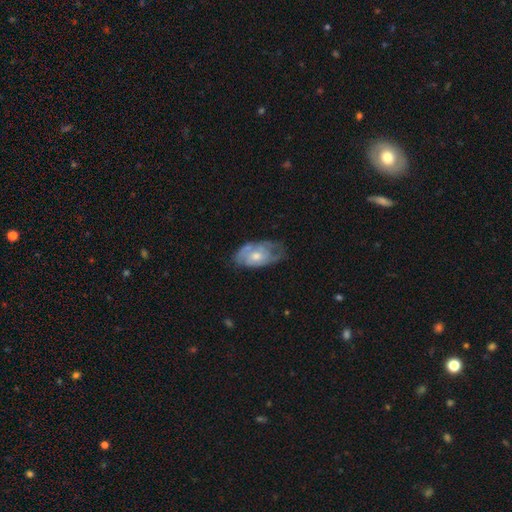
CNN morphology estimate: smooth-or-featured: featured or disk: 61% | smooth: 33% | star or artifact: 6%
  disk-edge-on: no: 94% | yes: 6%
    bar: no: 80% | weak: 18% | strong: 2%
    has-spiral-arms: yes: 64% | no: 36%
    bulge-size: moderate: 60% | small: 30% | large: 5% | none: 3% | dominant: 1%
  merging: none: 47% | minor disturbance: 34% | major disturbance: 17% | merger: 2%